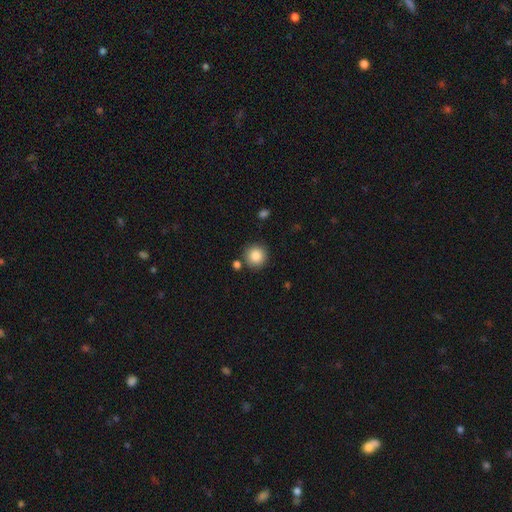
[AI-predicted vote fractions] smooth-or-featured: smooth: 87% | star or artifact: 9% | featured or disk: 4%
  how-rounded: round: 93% | in between: 6% | cigar-shaped: 1%
  merging: none: 83% | minor disturbance: 8% | merger: 6% | major disturbance: 3%